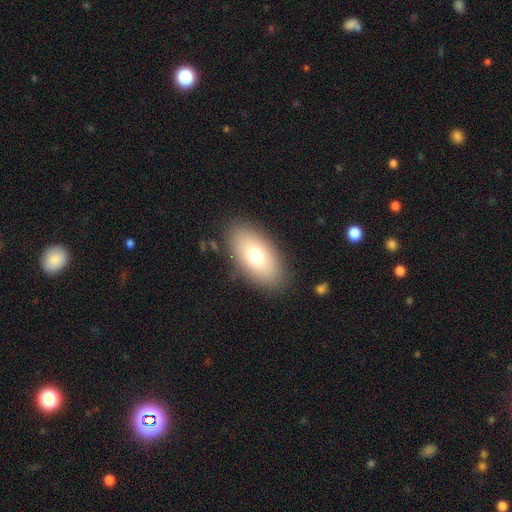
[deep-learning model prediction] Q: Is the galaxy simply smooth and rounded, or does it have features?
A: smooth — 71%.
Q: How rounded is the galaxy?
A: in between — 91%.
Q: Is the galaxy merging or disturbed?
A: none — 85%.